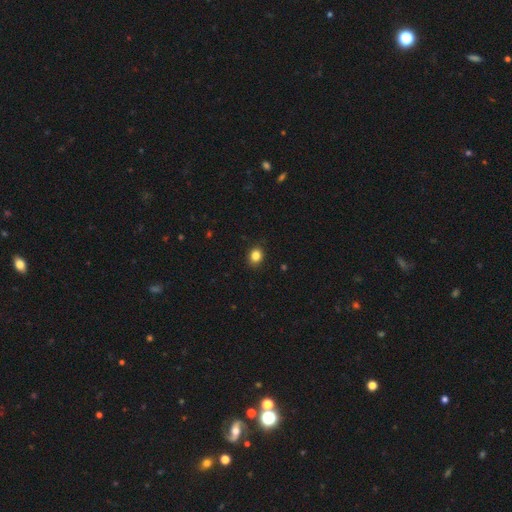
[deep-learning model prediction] Smooth or featured? Predicted: smooth (p=0.85). How rounded? Predicted: round (p=0.64). Merging? Predicted: none (p=0.90).